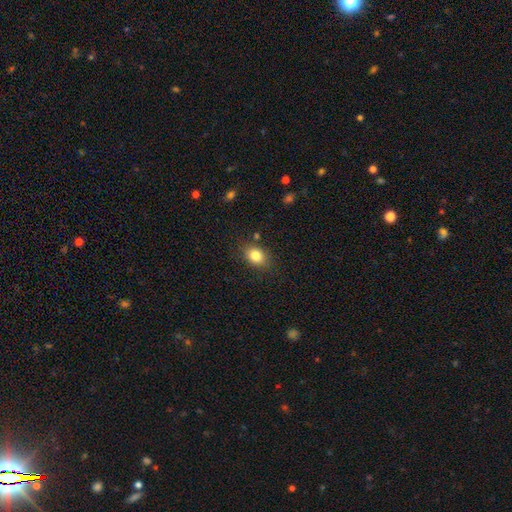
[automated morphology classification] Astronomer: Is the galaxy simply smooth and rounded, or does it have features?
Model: smooth — 83%.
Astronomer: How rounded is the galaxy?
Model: in between — 64%.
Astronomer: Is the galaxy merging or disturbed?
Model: none — 82%.